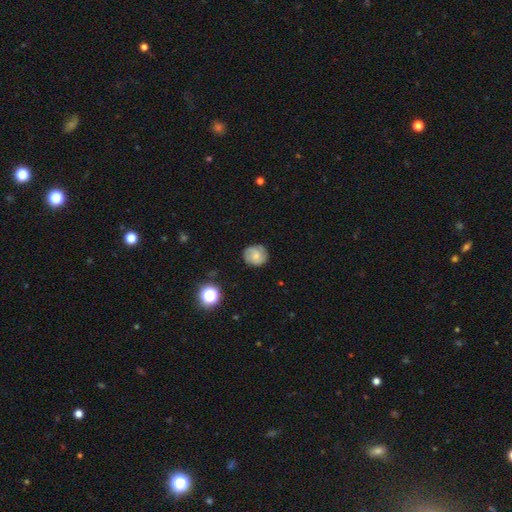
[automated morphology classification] smooth 53%, featured or disk 37%, star or artifact 10%. Down the decision tree: how rounded — round (83%); merging — none (80%).